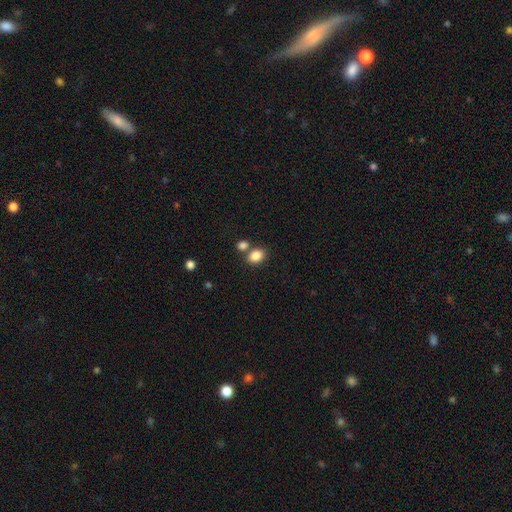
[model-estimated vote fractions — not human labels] Smooth or featured: smooth — 85% (star or artifact — 9%)
How rounded: in between — 67% (round — 32%)
Merging: none — 58% (merger — 28%)